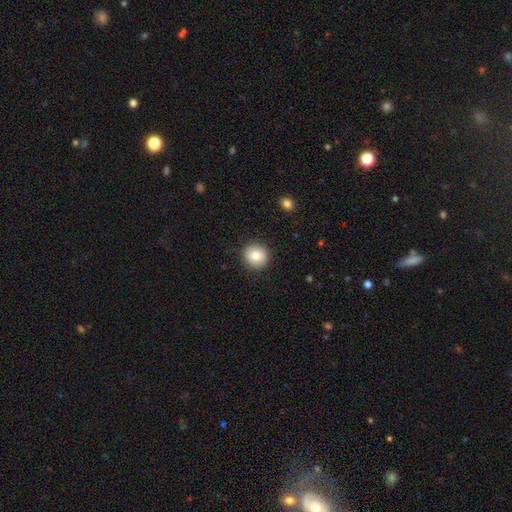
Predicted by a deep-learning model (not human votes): Q: Smooth or featured?
A: smooth (83%); runner-up: star or artifact (9%)
Q: How rounded?
A: round (92%); runner-up: in between (7%)
Q: Merging?
A: none (91%); runner-up: minor disturbance (6%)